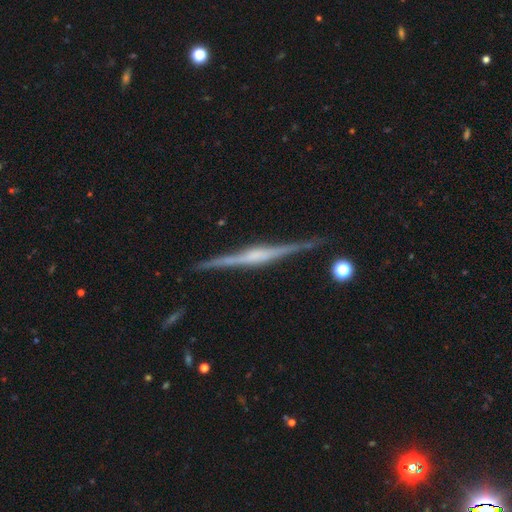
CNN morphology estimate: Smooth or featured?
  - featured or disk: 85% *
  - smooth: 10%
  - star or artifact: 5%
Edge-on disk?
  - yes: 98% *
  - no: 2%
Edge-on bulge?
  - rounded: 52% *
  - boxy: 34%
  - none: 15%
Merging?
  - none: 88% *
  - minor disturbance: 9%
  - major disturbance: 2%
  - merger: 1%